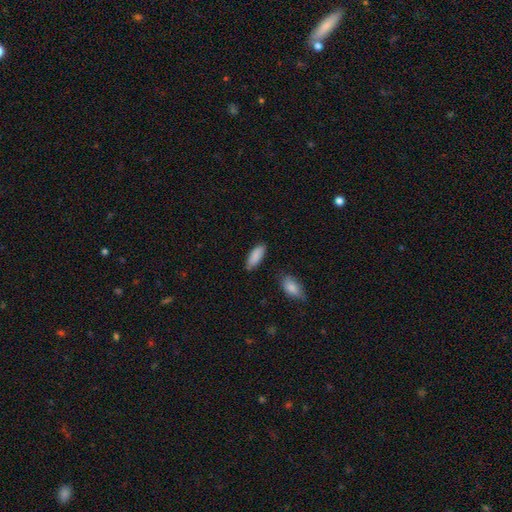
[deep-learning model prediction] Smooth or featured? smooth (89%)
How rounded? in between (73%)
Merging? none (81%)